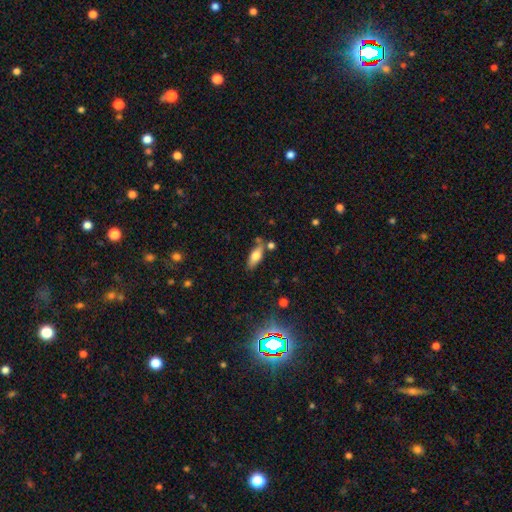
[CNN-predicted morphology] Smooth or featured? Predicted: smooth (p=0.64). How rounded? Predicted: in between (p=0.68). Merging? Predicted: none (p=0.68).